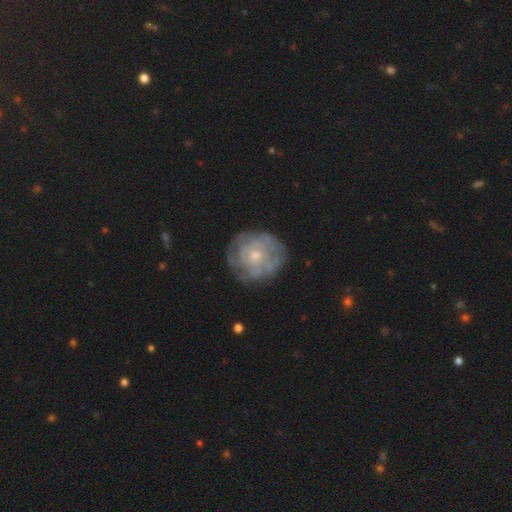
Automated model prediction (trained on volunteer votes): Overall: featured or disk (72%). Edge-on disk: no (98%). Bar: no (81%). Spiral arms: yes (72%). Spiral arm count: can't tell (60%). Spiral winding: tight (66%). Bulge size: small (55%; moderate 40%). Merging: none (74%).